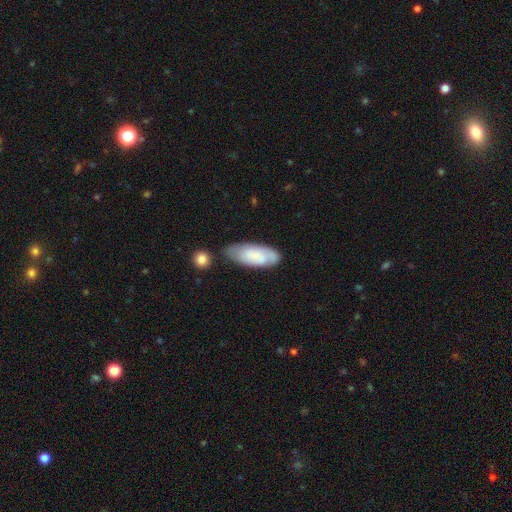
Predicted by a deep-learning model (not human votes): smooth_or_featured: smooth (p=0.66) [alt: featured or disk p=0.27]
how_rounded: in between (p=0.76) [alt: cigar-shaped p=0.22]
merging: none (p=0.63) [alt: minor disturbance p=0.23]